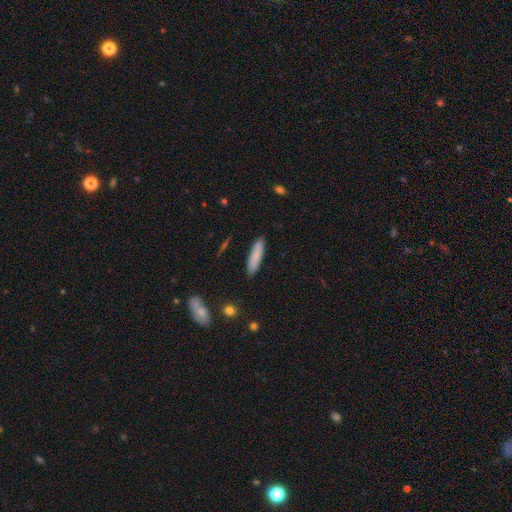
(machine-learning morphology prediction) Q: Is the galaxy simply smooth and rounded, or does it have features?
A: smooth — 82%.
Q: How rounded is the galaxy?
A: cigar-shaped — 79%.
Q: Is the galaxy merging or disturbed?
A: none — 88%.